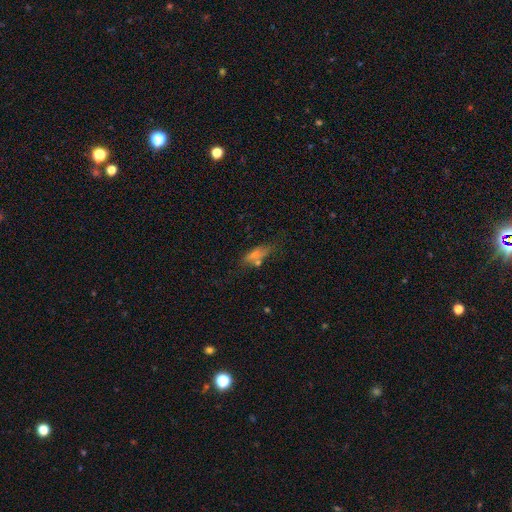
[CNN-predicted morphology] Smooth or featured: smooth — 65% (featured or disk — 22%)
How rounded: in between — 58% (cigar-shaped — 37%)
Merging: none — 58% (minor disturbance — 20%)